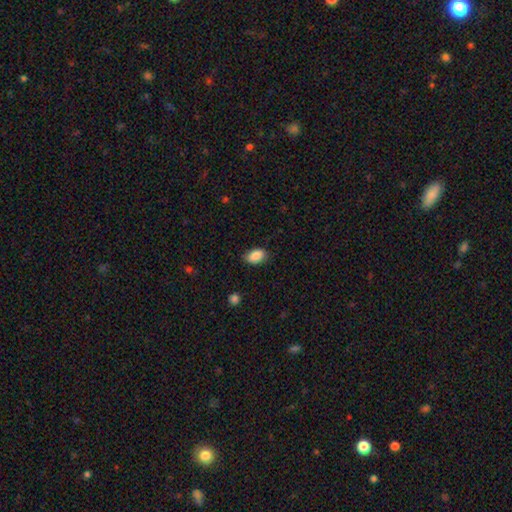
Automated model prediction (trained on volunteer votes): This is clearly a smooth galaxy (88%). How rounded: clearly in between (89%). Merging: likely none (78%).